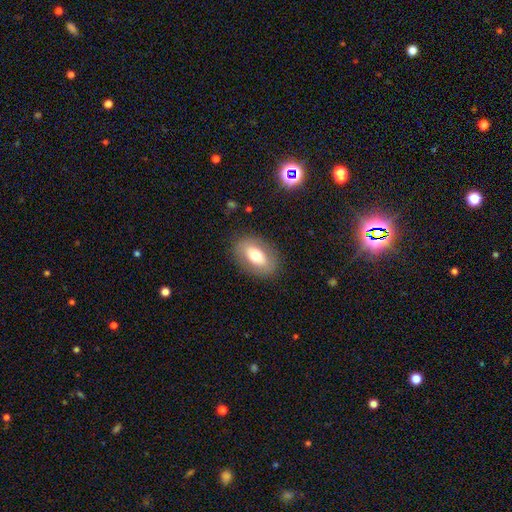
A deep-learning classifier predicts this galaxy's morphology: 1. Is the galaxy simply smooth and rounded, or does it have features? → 65% smooth, 28% featured or disk, 8% star or artifact.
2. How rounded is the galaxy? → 88% in between, 10% round, 2% cigar-shaped.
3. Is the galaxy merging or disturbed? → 84% none, 11% minor disturbance, 4% major disturbance, 1% merger.